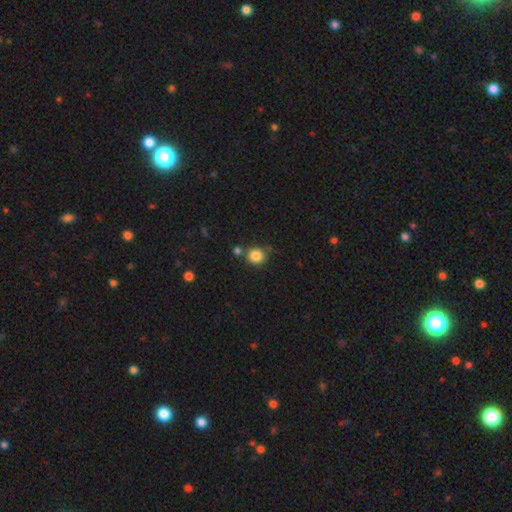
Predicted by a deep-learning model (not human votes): Smooth or featured? Predicted: smooth (p=0.85). How rounded? Predicted: round (p=0.88). Merging? Predicted: none (p=0.73).